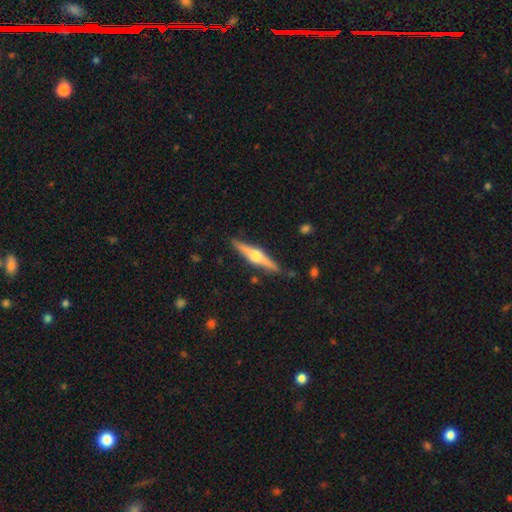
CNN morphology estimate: This appears to be a featured or disk galaxy (74%) viewed edge-on (98%) with a rounded central bulge (95%). Merging: none (89%).